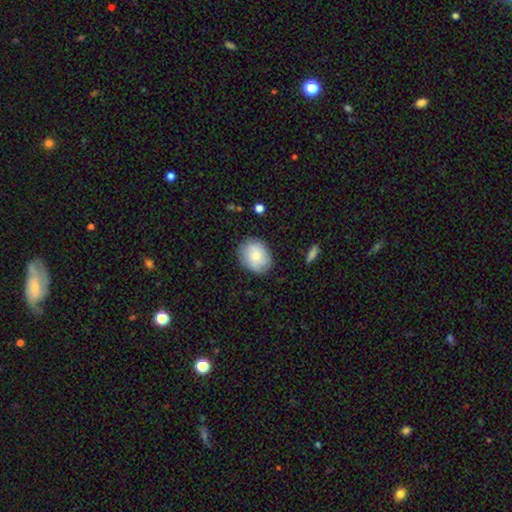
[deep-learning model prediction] Smooth or featured: smooth — 68% (featured or disk — 25%)
How rounded: round — 52% (in between — 48%)
Merging: none — 79% (minor disturbance — 16%)